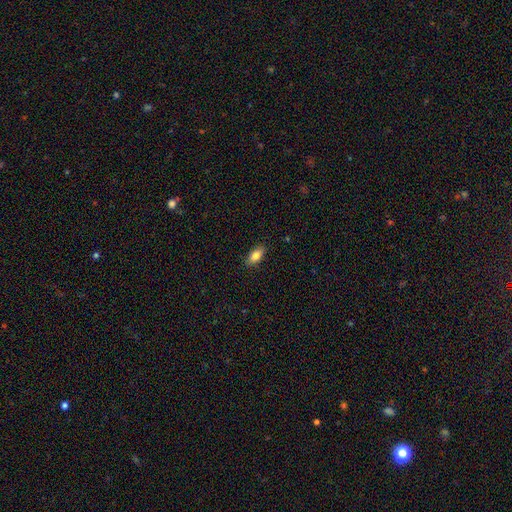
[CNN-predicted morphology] A smooth galaxy with no disk features (82%) that is in between round and cigar-shaped (88%). Merging: none (87%).